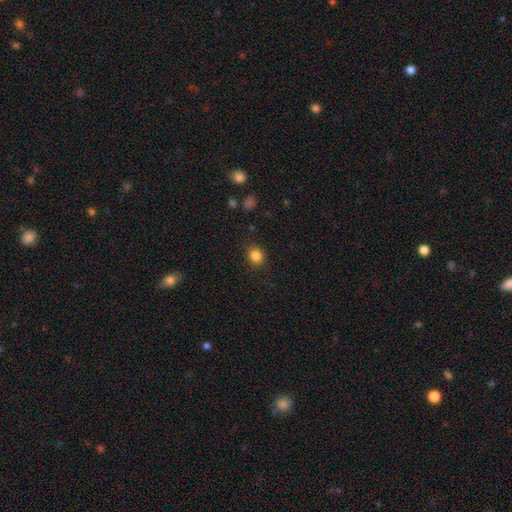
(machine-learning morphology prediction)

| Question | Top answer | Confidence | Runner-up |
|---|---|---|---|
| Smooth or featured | smooth | 84% | star or artifact (11%) |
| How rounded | round | 78% | in between (22%) |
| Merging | none | 88% | minor disturbance (8%) |